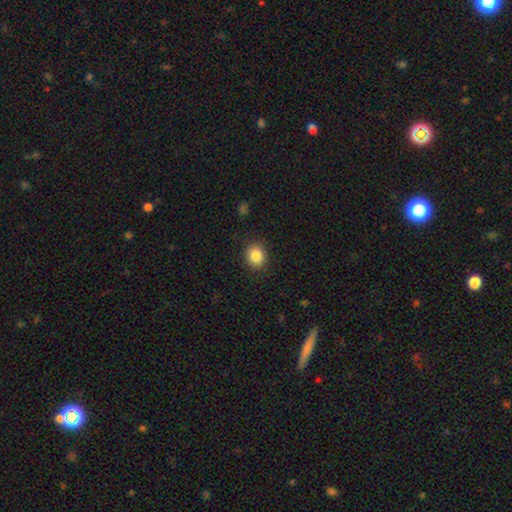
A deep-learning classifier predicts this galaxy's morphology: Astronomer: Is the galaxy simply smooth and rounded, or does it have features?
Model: smooth — 85%.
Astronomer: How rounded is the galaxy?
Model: round — 76%.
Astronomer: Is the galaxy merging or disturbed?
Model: none — 88%.